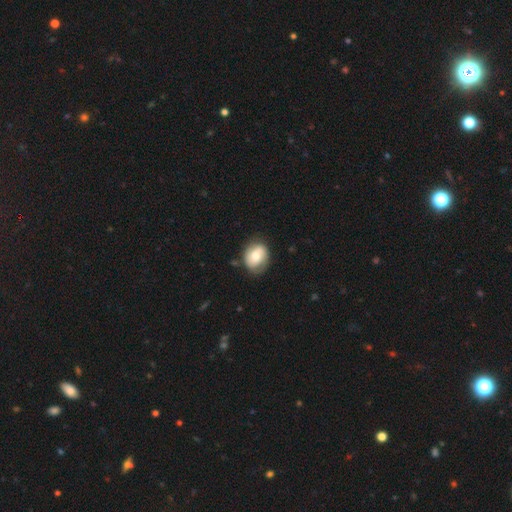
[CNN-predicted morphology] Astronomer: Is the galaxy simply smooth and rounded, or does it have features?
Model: smooth — 56% (runner-up: featured or disk, 37%).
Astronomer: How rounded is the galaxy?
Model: round — 55% (runner-up: in between, 44%).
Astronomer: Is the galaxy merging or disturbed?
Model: none — 68%.